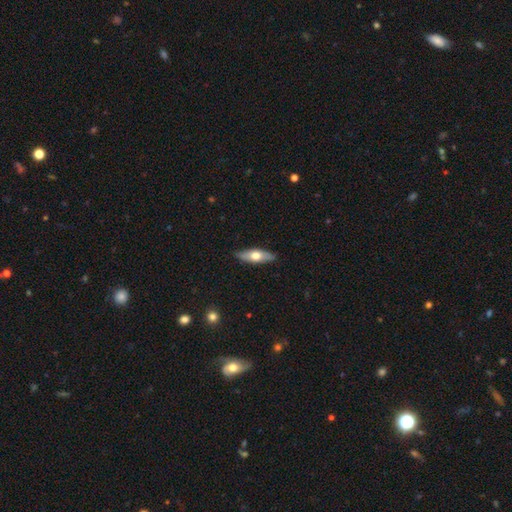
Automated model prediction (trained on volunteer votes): This is possibly a smooth galaxy (57%). How rounded: possibly in between (56%). Merging: clearly none (88%).